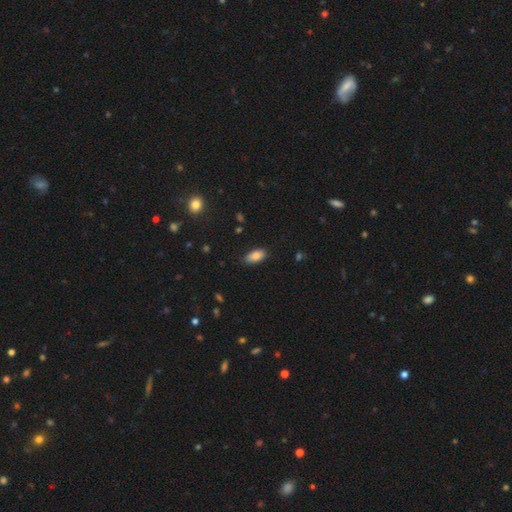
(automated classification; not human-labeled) Q: Smooth or featured?
A: smooth (83%); runner-up: featured or disk (9%)
Q: How rounded?
A: in between (90%); runner-up: cigar-shaped (7%)
Q: Merging?
A: none (82%); runner-up: minor disturbance (14%)